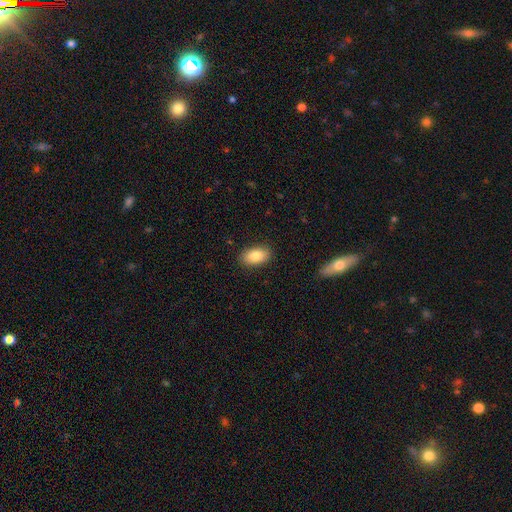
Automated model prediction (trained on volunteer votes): Smooth or featured? Predicted: smooth (p=0.86). How rounded? Predicted: in between (p=0.93). Merging? Predicted: none (p=0.88).